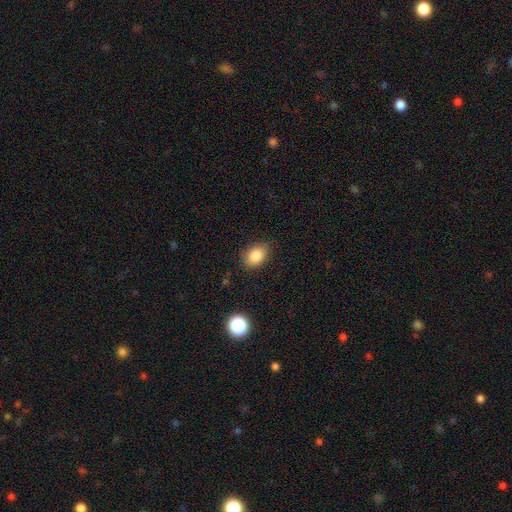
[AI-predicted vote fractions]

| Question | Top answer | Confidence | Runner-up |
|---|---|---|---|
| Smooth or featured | smooth | 84% | star or artifact (9%) |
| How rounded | in between | 76% | round (23%) |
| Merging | none | 81% | minor disturbance (14%) |